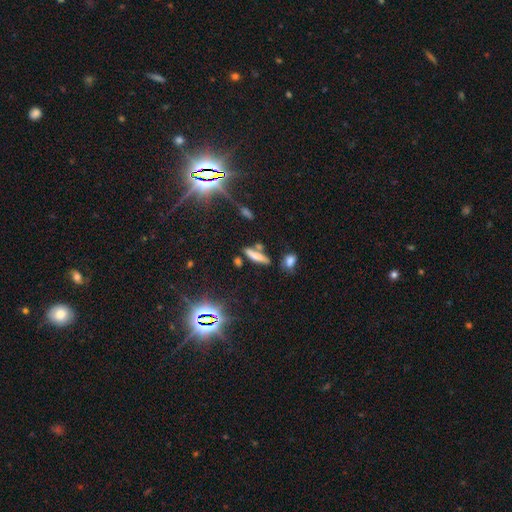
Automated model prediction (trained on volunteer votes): smooth-or-featured: smooth: 64% | featured or disk: 21% | star or artifact: 15%
  how-rounded: cigar-shaped: 72% | in between: 25% | round: 3%
  merging: none: 67% | minor disturbance: 15% | merger: 13% | major disturbance: 5%